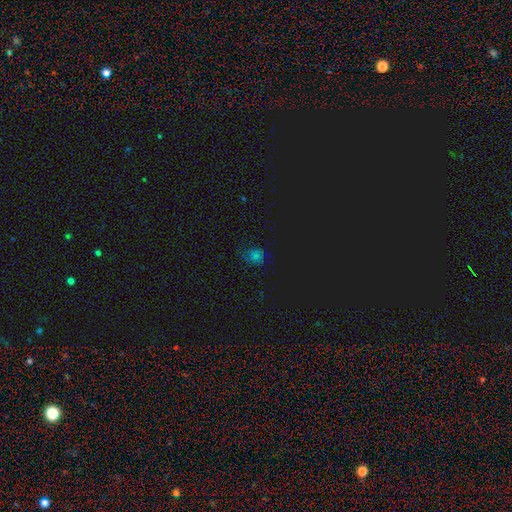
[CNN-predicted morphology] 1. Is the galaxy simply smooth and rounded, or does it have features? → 52% smooth, 40% star or artifact, 8% featured or disk.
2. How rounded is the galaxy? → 76% round, 22% in between, 1% cigar-shaped.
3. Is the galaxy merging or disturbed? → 69% none, 21% minor disturbance, 8% major disturbance, 2% merger.